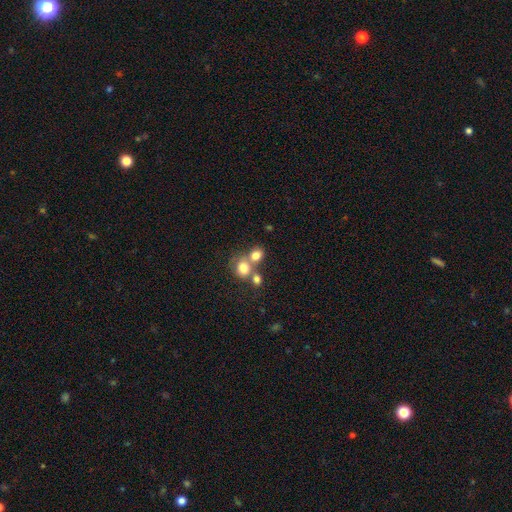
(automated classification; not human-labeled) A smooth galaxy with no disk features (76%) that is round (70%). Merging: merger (48%).